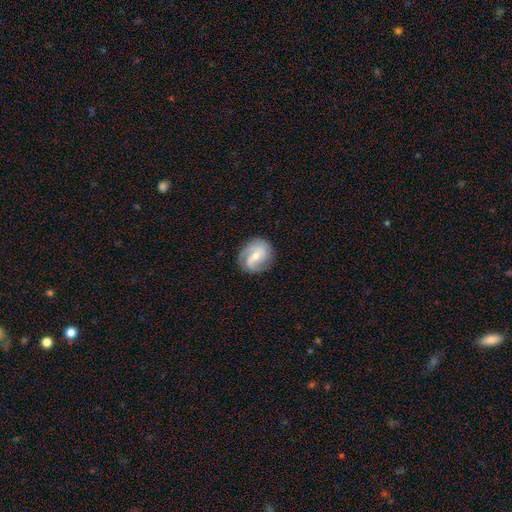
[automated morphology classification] smooth-or-featured: featured or disk: 74% | smooth: 19% | star or artifact: 6%
  disk-edge-on: no: 97% | yes: 3%
    bar: weak: 47% | no: 33% | strong: 20%
    has-spiral-arms: yes: 93% | no: 7%
      spiral-winding: medium: 43% | tight: 30% | loose: 26%
      spiral-arm-count: 2: 59% | can't tell: 13% | 3: 12% | 1: 11% | 4: 3% | more than 4: 2%
    bulge-size: small: 54% | moderate: 41% | none: 2% | large: 2% | dominant: 1%
  merging: none: 77% | minor disturbance: 15% | major disturbance: 6% | merger: 1%